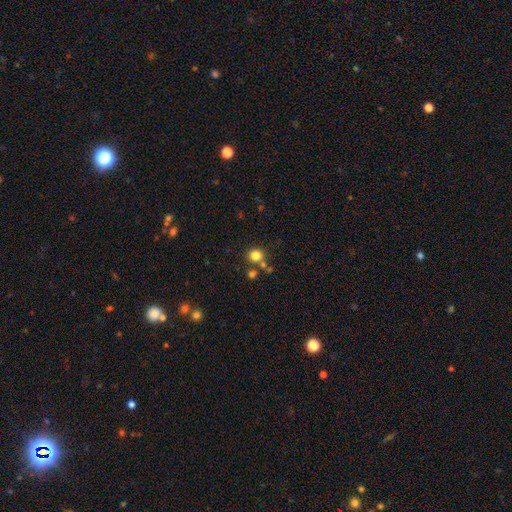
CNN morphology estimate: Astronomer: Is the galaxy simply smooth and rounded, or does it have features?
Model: smooth — 81%.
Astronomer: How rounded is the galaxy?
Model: round — 88%.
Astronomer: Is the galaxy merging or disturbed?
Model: none — 72%.